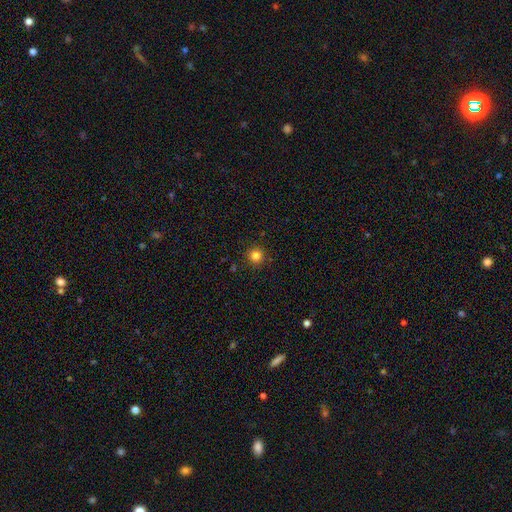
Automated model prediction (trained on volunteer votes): Smooth or featured? smooth (82%)
How rounded? round (96%)
Merging? none (91%)